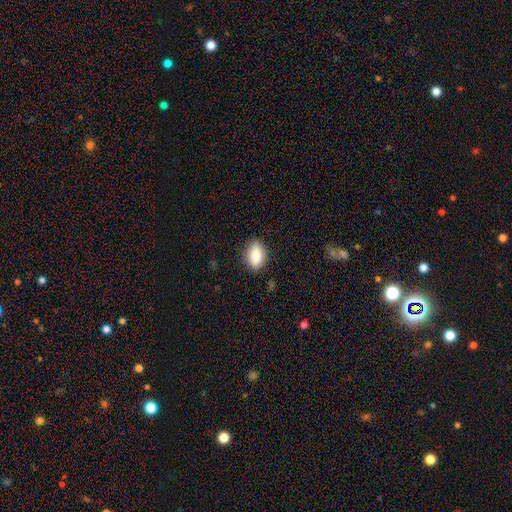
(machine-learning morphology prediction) Smooth or featured? Predicted: smooth (p=0.85). How rounded? Predicted: in between (p=0.86). Merging? Predicted: none (p=0.84).